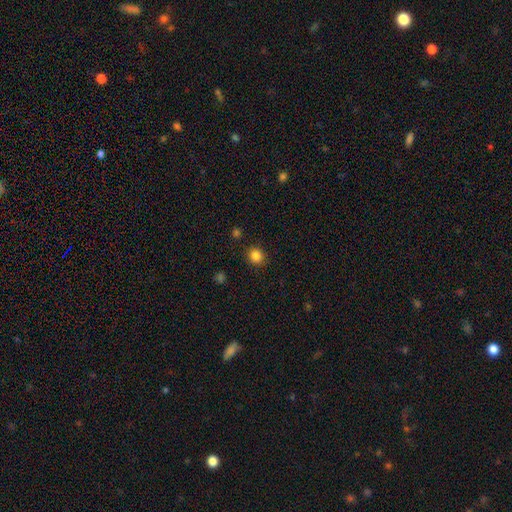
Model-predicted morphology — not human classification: Smooth or featured?
  - smooth: 84% *
  - star or artifact: 12%
  - featured or disk: 4%
How rounded?
  - round: 86% *
  - in between: 13%
  - cigar-shaped: 1%
Merging?
  - none: 90% *
  - minor disturbance: 6%
  - major disturbance: 2%
  - merger: 2%